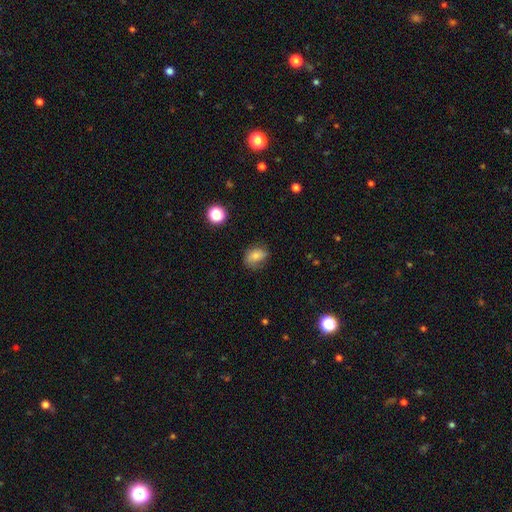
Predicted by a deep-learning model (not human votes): Smooth or featured? smooth (75%)
How rounded? in between (69%)
Merging? none (65%)